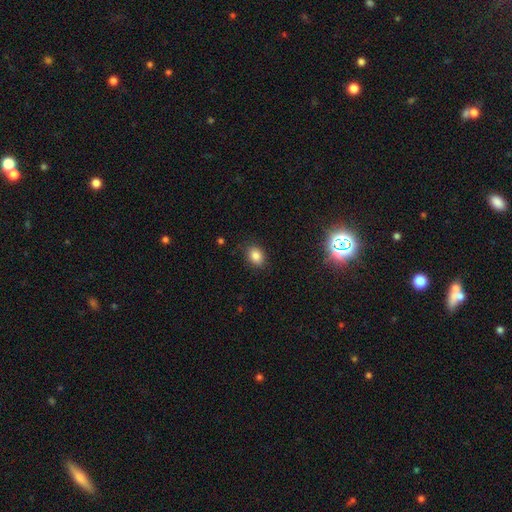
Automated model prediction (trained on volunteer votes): A smooth galaxy with no disk features (82%) that is in between round and cigar-shaped (66%).

Vote fractions:
- Smooth or featured? smooth: 82% / star or artifact: 11% / featured or disk: 6%
- How rounded? in between: 66% / round: 33% / cigar-shaped: 1%
- Merging? none: 85% / minor disturbance: 11% / major disturbance: 3% / merger: 1%